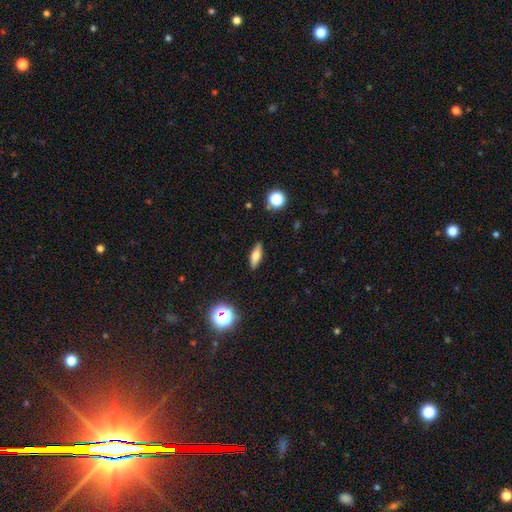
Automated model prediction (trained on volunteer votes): smooth 65%, featured or disk 26%, star or artifact 9%. Down the decision tree: how rounded — in between (55%); merging — none (88%).